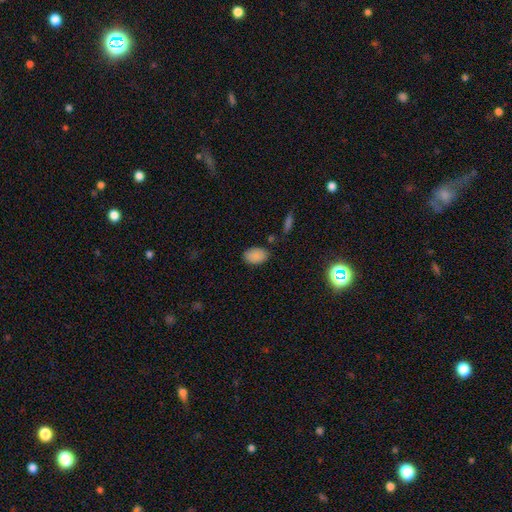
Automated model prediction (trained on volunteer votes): Smooth or featured?
  - smooth: 87% *
  - star or artifact: 9%
  - featured or disk: 5%
How rounded?
  - in between: 89% *
  - round: 9%
  - cigar-shaped: 1%
Merging?
  - none: 82% *
  - minor disturbance: 12%
  - major disturbance: 3%
  - merger: 3%